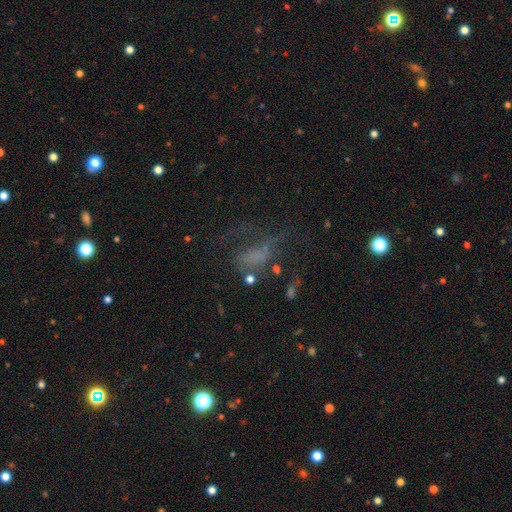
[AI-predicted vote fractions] Morphology: type=featured or disk (40%); merging=major disturbance (45%).